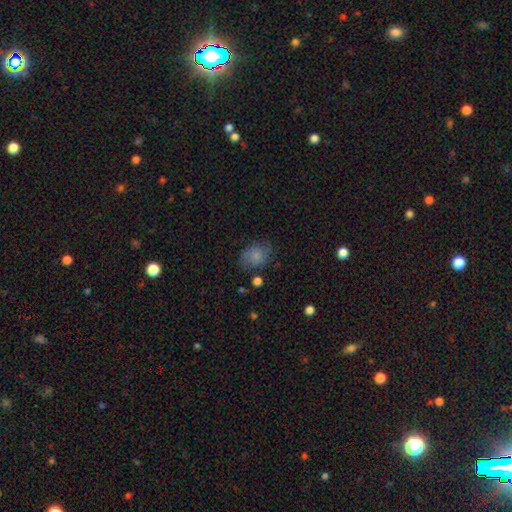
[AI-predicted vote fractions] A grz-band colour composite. It shows a smooth galaxy with no disk features (74%) that is in between round and cigar-shaped (56%). Merging: none (67%).